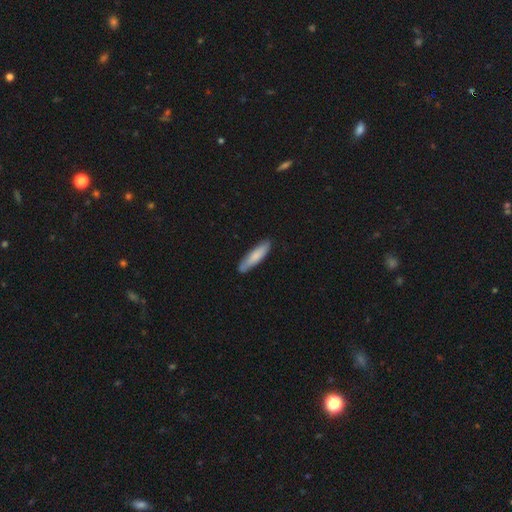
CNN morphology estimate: Overall: smooth (79%). How rounded: cigar-shaped (79%). Merging: none (85%).